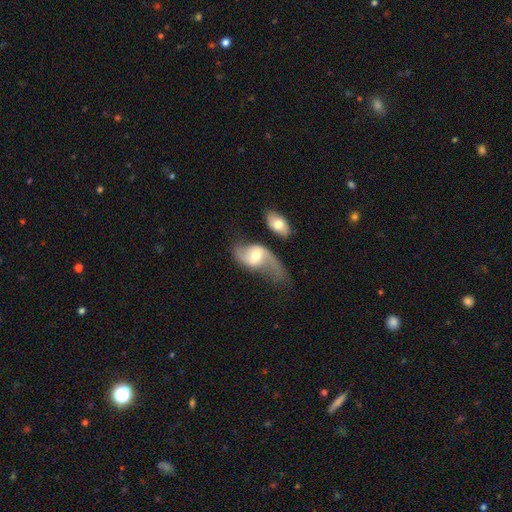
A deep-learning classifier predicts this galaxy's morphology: featured or disk 75%, smooth 19%, star or artifact 6%. Down the decision tree: edge-on disk — no (95%); bar — weak (47%); spiral arms — yes (90%); spiral arm count — 2 (77%); spiral winding — loose (72%); bulge size — moderate (67%); merging — none (40%).